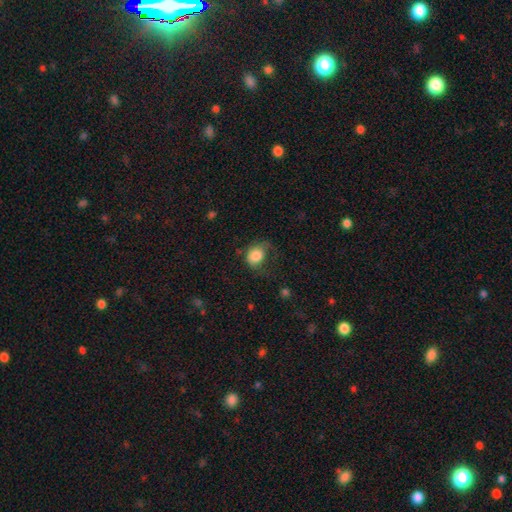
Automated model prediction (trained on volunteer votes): This is clearly a smooth galaxy (81%). How rounded: possibly in between (51%). Merging: marginally none (38%).